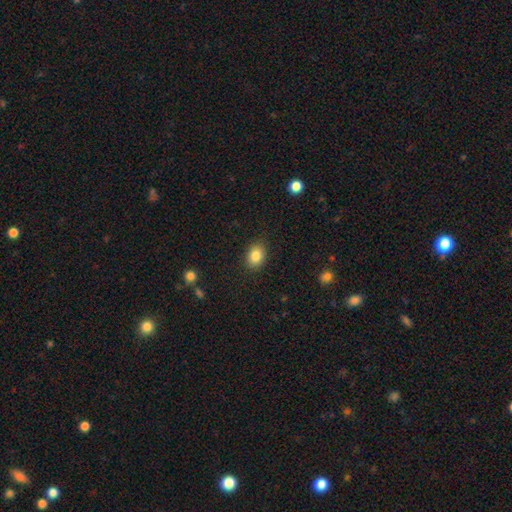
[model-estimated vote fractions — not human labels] Smooth or featured? Predicted: smooth (p=0.85). How rounded? Predicted: in between (p=0.70). Merging? Predicted: none (p=0.87).